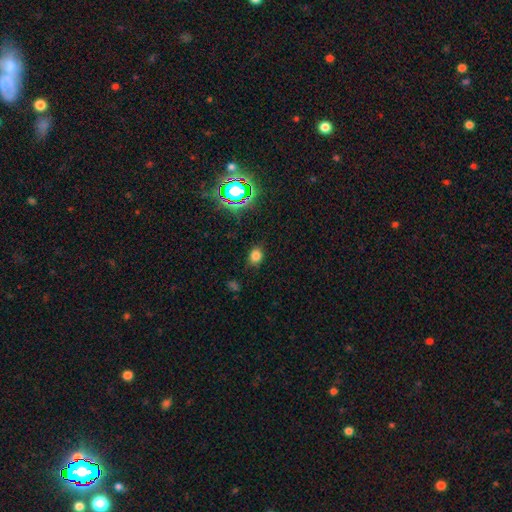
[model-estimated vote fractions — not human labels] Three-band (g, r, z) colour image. It shows a smooth galaxy with no disk features (74%) that is in between round and cigar-shaped (55%). Merging: none (82%).